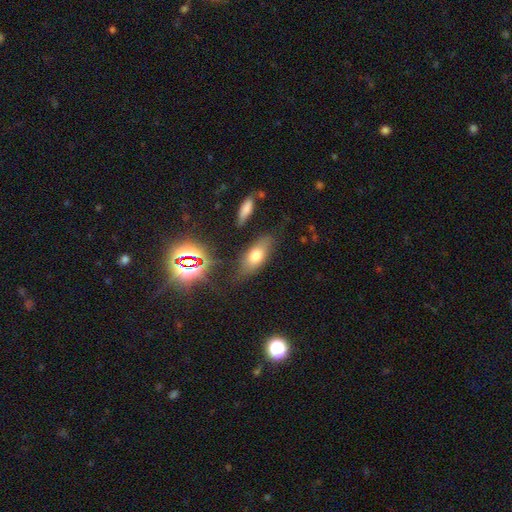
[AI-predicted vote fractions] Smooth or featured: smooth — 68% (featured or disk — 19%)
How rounded: in between — 81% (cigar-shaped — 13%)
Merging: none — 75% (minor disturbance — 16%)